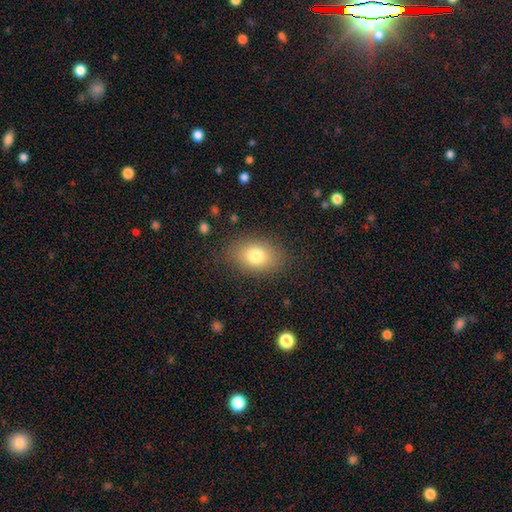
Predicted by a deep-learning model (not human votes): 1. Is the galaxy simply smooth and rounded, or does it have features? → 79% smooth, 12% featured or disk, 10% star or artifact.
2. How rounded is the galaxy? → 78% in between, 21% round, 1% cigar-shaped.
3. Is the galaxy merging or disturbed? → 82% none, 12% minor disturbance, 4% major disturbance, 1% merger.